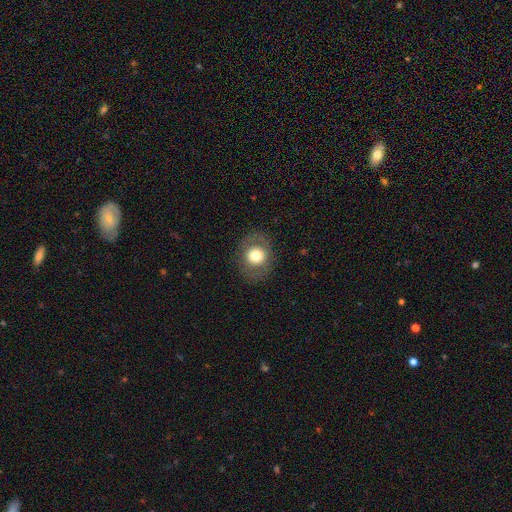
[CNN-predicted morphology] This appears to be a smooth galaxy with no disk features (68%) that is round (71%). Merging: none (84%).